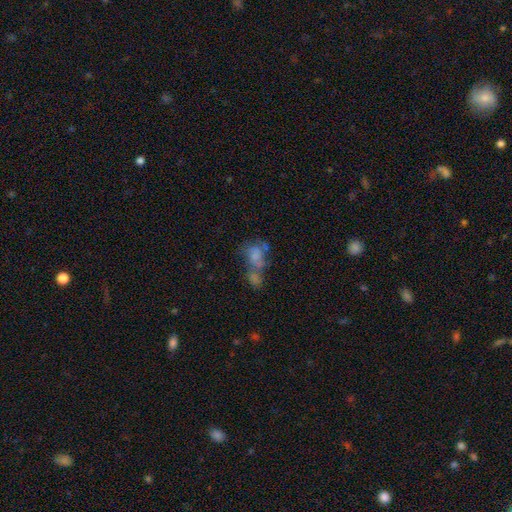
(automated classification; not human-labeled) The model was most divided on "smooth or featured": smooth: 57%, featured or disk: 31%, star or artifact: 13%. More confident: how rounded — in between (72%); merging — merger (59%).